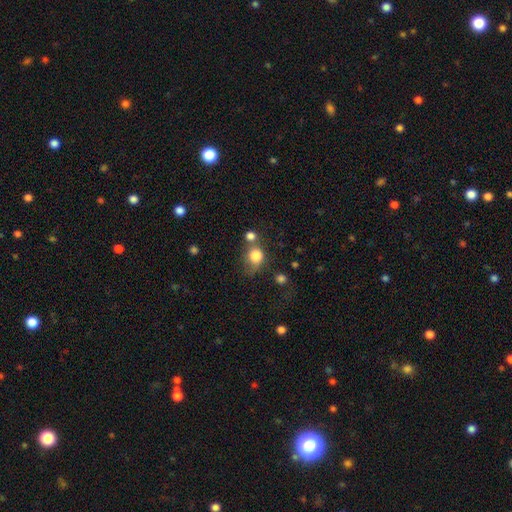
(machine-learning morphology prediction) Q: Smooth or featured?
A: smooth (81%); runner-up: star or artifact (11%)
Q: How rounded?
A: round (72%); runner-up: in between (27%)
Q: Merging?
A: none (42%); runner-up: merger (24%)